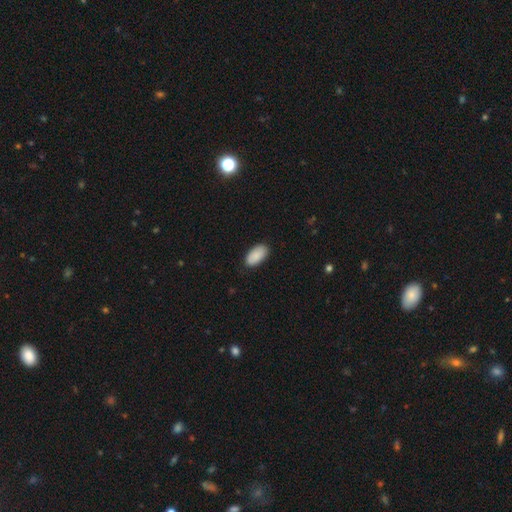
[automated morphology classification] smooth-or-featured: smooth: 90% | star or artifact: 6% | featured or disk: 4%
  how-rounded: in between: 95% | cigar-shaped: 3% | round: 2%
  merging: none: 86% | minor disturbance: 11% | major disturbance: 2% | merger: 1%